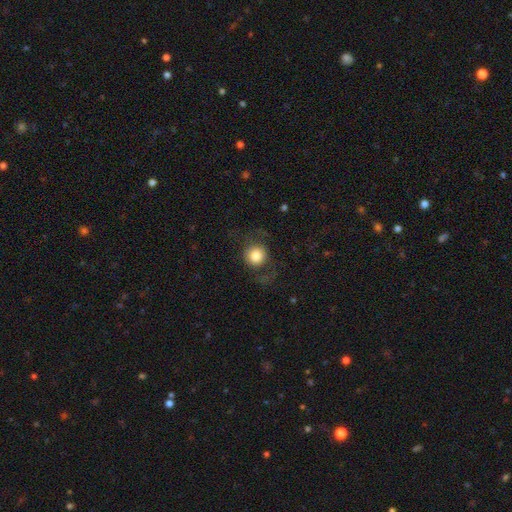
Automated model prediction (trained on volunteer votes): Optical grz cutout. It shows a smooth galaxy with no disk features (76%) that is round (90%). Merging: none (67%).